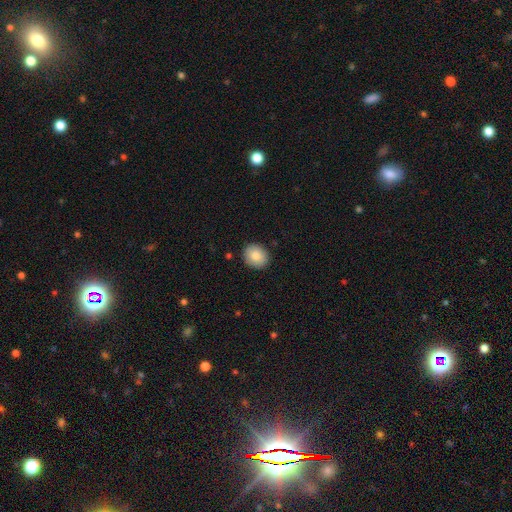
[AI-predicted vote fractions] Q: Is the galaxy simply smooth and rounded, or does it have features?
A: smooth — 83%.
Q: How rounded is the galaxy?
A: round — 70%.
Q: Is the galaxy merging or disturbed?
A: none — 89%.